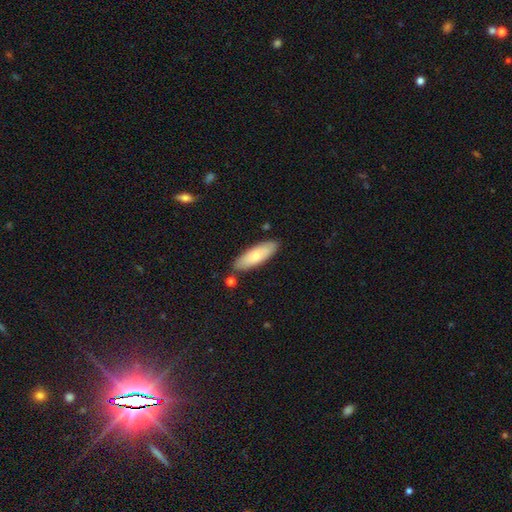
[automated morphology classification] This appears to be a smooth galaxy with no disk features (68%) that is in between round and cigar-shaped (59%). Merging: none (82%).